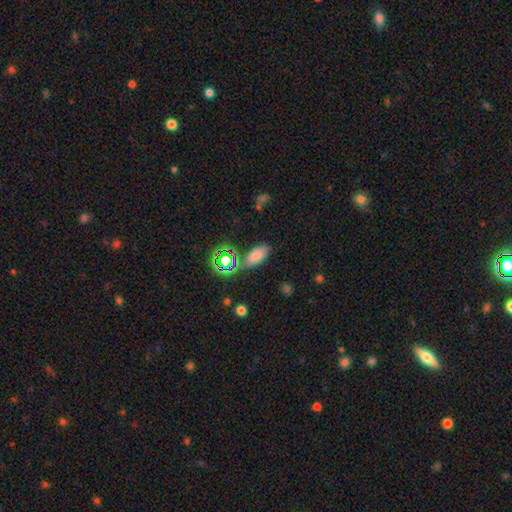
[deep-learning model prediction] A smooth galaxy with no disk features (71%) that is in between round and cigar-shaped (83%).

Vote fractions:
- Smooth or featured? smooth: 71% / star or artifact: 20% / featured or disk: 10%
- How rounded? in between: 83% / cigar-shaped: 11% / round: 5%
- Merging? none: 69% / minor disturbance: 16% / merger: 8% / major disturbance: 6%